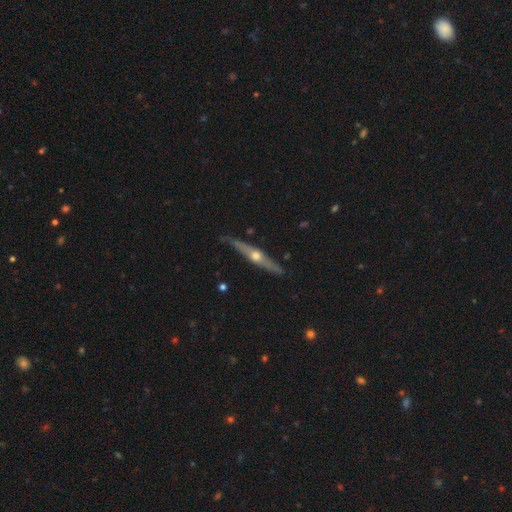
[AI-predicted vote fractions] Smooth or featured? Predicted: featured or disk (p=0.79). Edge-on disk? Predicted: yes (p=0.96). Edge-on bulge? Predicted: rounded (p=0.92). Merging? Predicted: none (p=0.86).